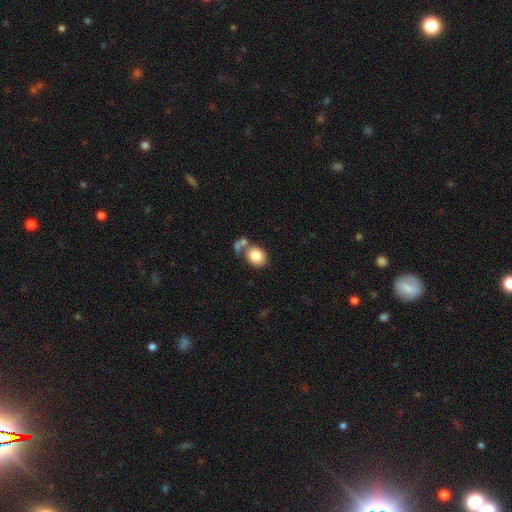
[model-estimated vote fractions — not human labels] Morphology: type=smooth (81%); roundness=in between (51%); merging=none (55%).